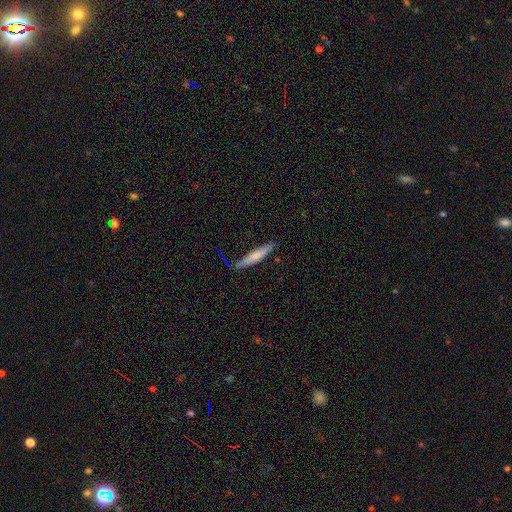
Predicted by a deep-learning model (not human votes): Overall: smooth (63%; featured or disk 32%). How rounded: cigar-shaped (93%). Merging: none (86%).